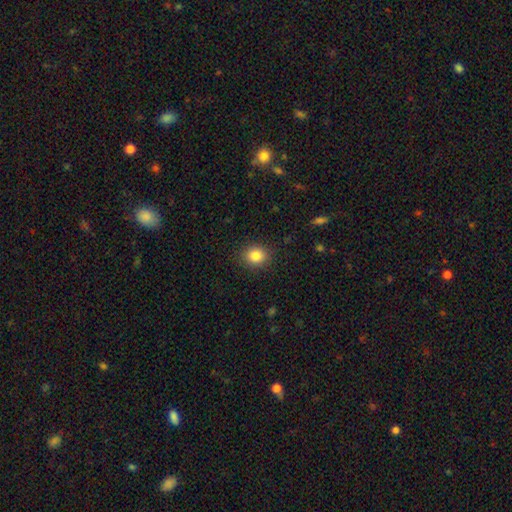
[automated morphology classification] This appears to be a smooth galaxy with no disk features (85%) that is round (64%). Merging: none (88%).